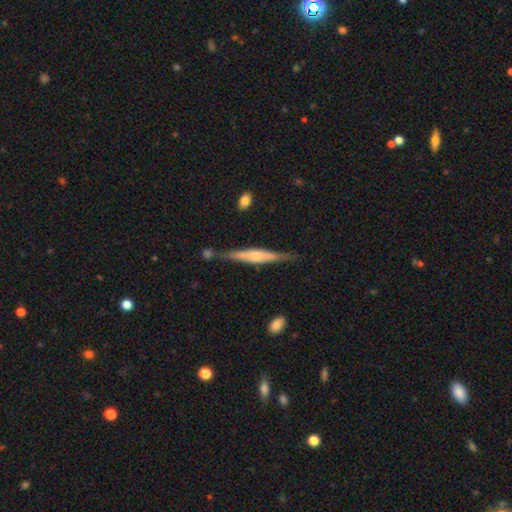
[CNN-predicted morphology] featured or disk 68%, smooth 26%, star or artifact 6%. Down the decision tree: edge-on disk — yes (96%); edge-on bulge — rounded (65%); merging — none (80%).